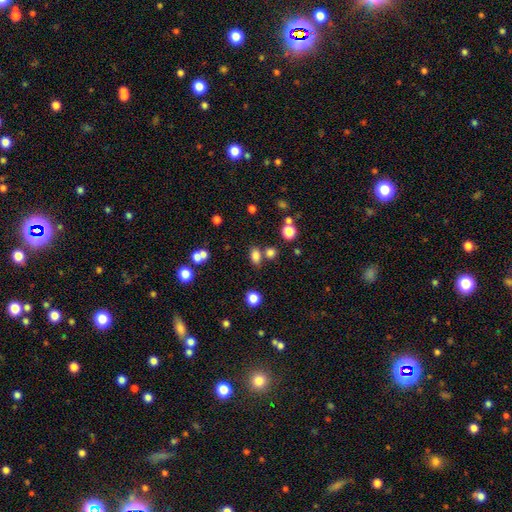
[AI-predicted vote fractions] smooth 79%, star or artifact 14%, featured or disk 6%. Down the decision tree: how rounded — in between (79%); merging — none (66%).